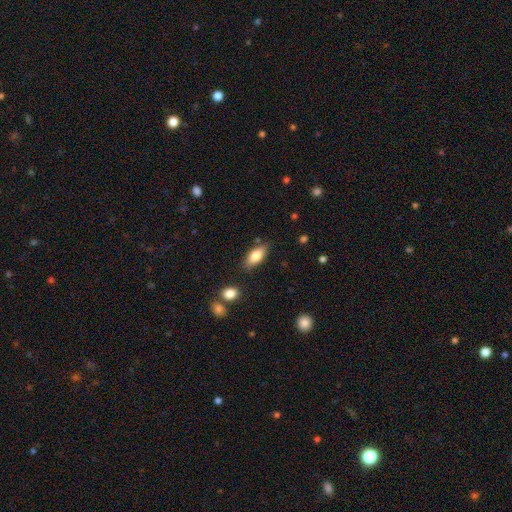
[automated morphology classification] smooth_or_featured: smooth (p=0.79) [alt: featured or disk p=0.14]
how_rounded: in between (p=0.83) [alt: cigar-shaped p=0.14]
merging: none (p=0.81) [alt: minor disturbance p=0.13]